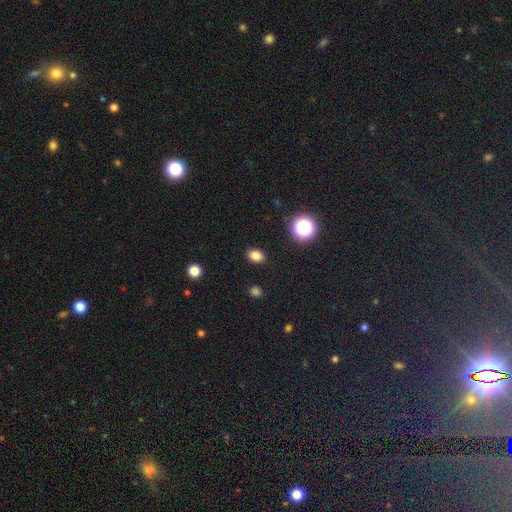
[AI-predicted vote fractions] This appears to be a smooth galaxy with no disk features (81%) that is in between round and cigar-shaped (72%). Merging: none (89%).